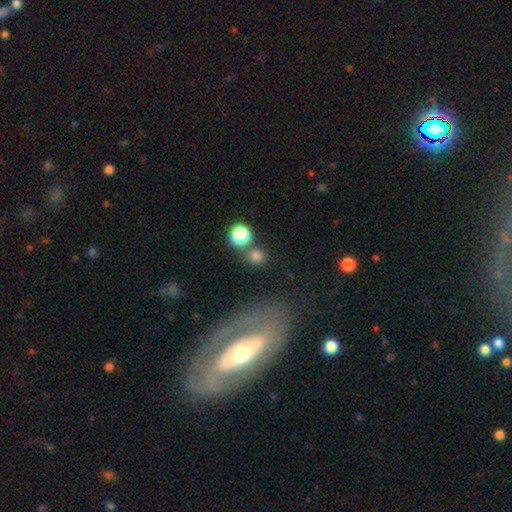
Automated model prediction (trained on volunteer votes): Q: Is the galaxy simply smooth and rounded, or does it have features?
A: smooth — 76%.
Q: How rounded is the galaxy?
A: round — 87%.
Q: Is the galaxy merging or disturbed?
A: none — 72%.